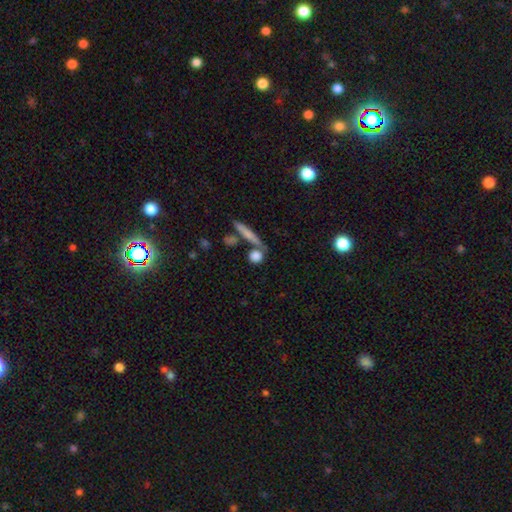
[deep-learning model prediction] The model was most divided on "merging": none: 67%, merger: 18%, minor disturbance: 10%, major disturbance: 4%. More confident: smooth or featured — smooth (80%); how rounded — round (66%).